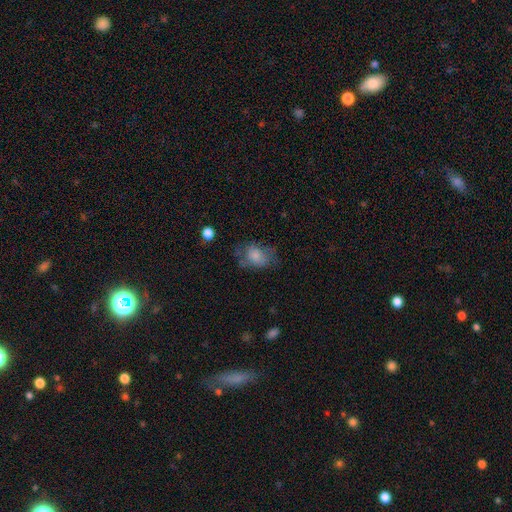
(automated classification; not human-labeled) The model was most divided on "merging": none: 48%, minor disturbance: 28%, major disturbance: 21%, merger: 3%. More confident: smooth or featured — smooth (75%); how rounded — in between (67%).